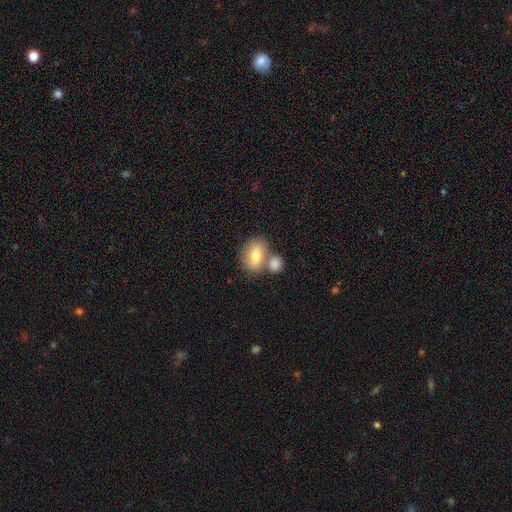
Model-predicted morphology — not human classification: Overall: smooth (75%). How rounded: in between (77%). Merging: none (48%; merger 37%).